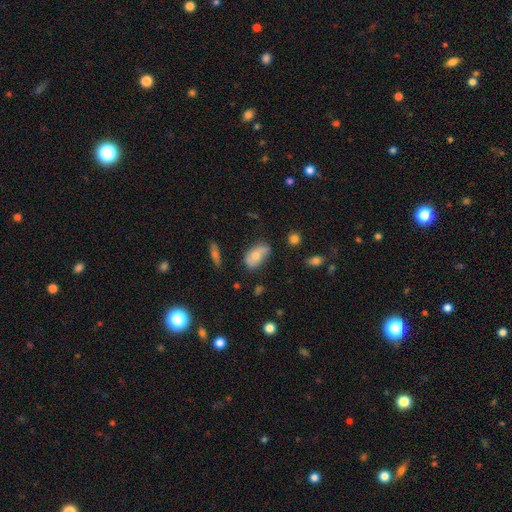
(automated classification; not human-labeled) smooth_or_featured: smooth (p=0.63) [alt: featured or disk p=0.29]
how_rounded: in between (p=0.91) [alt: round p=0.06]
merging: none (p=0.53) [alt: minor disturbance p=0.35]